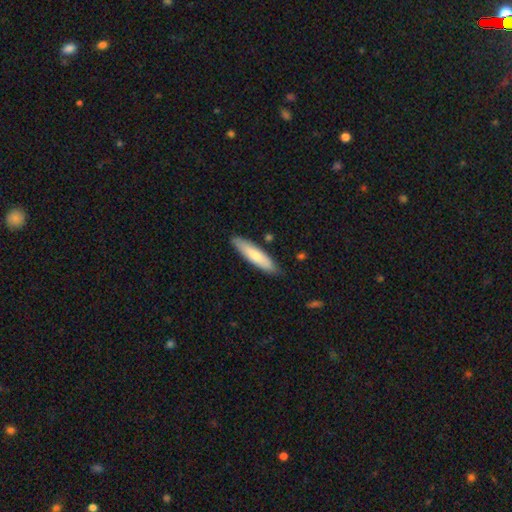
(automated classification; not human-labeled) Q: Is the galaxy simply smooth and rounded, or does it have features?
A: smooth — 71%.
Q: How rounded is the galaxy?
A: cigar-shaped — 72%.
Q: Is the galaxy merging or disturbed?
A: none — 84%.